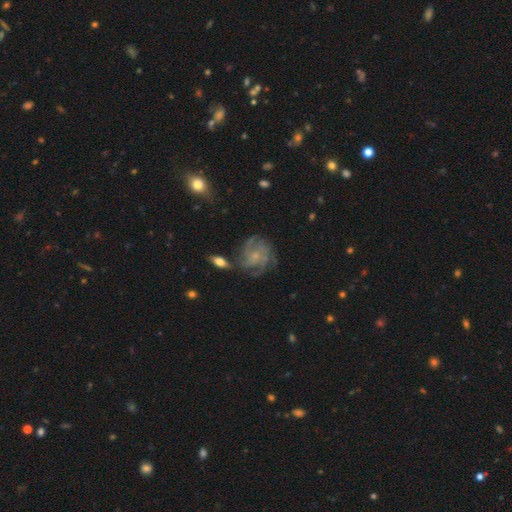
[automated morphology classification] Smooth or featured? featured or disk (79%)
Edge-on disk? no (97%)
Bar? no (76%)
Spiral arms? yes (93%)
Spiral winding? tight (47%)
Spiral arm count? 4 (27%)
Bulge size? small (70%)
Merging? none (62%)